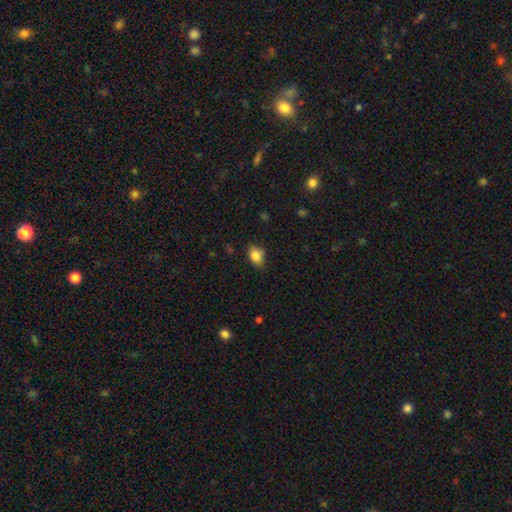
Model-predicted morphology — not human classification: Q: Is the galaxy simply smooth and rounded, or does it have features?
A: smooth — 84%.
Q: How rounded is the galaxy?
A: in between — 74%.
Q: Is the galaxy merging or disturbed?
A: none — 74%.